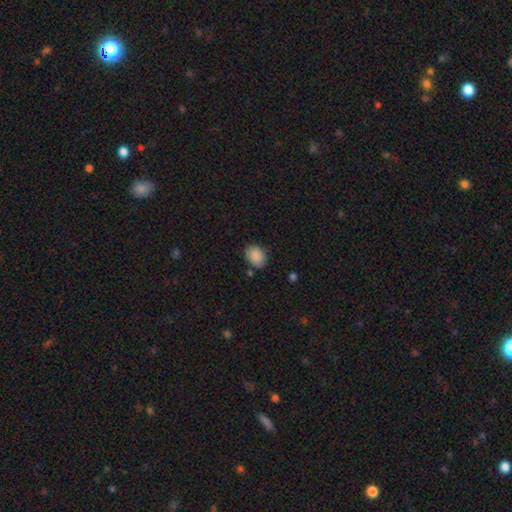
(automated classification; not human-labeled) smooth 88%, star or artifact 8%, featured or disk 4%. Down the decision tree: how rounded — in between (66%); merging — none (75%).